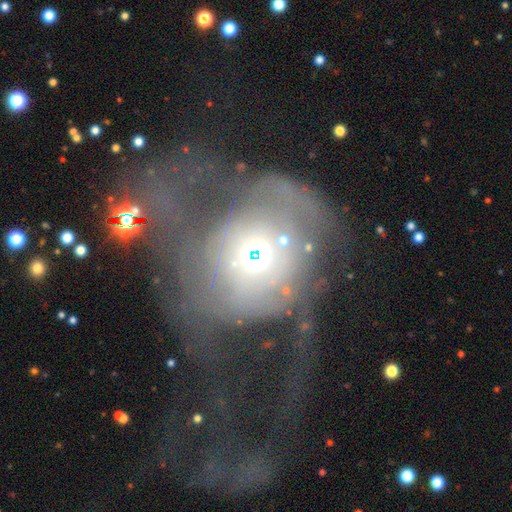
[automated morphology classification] Smooth or featured: featured or disk — 55% (smooth — 31%)
Edge-on disk: no — 95% (yes — 5%)
Bar: no — 80% (weak — 14%)
Spiral arms: no — 58% (yes — 42%)
Bulge size: moderate — 48% (small — 34%)
Merging: major disturbance — 53% (none — 22%)